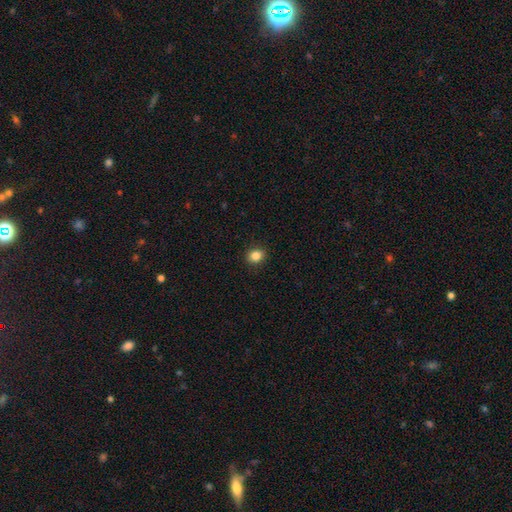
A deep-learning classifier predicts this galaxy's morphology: The model was most divided on "how rounded": round: 61%, in between: 38%, cigar-shaped: 1%. More confident: merging — none (90%); smooth or featured — smooth (85%).